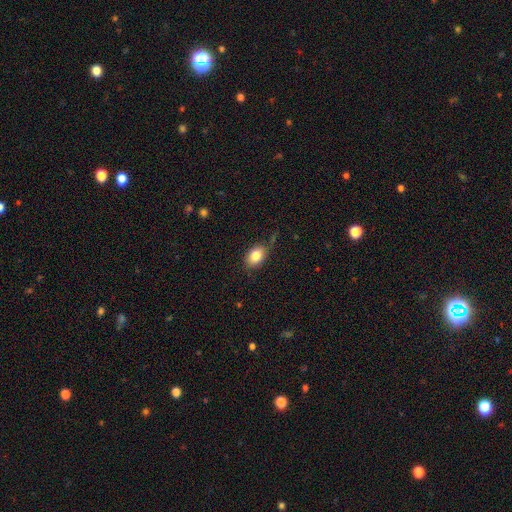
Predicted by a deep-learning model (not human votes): Smooth or featured? Predicted: smooth (p=0.82). How rounded? Predicted: in between (p=0.75). Merging? Predicted: none (p=0.74).